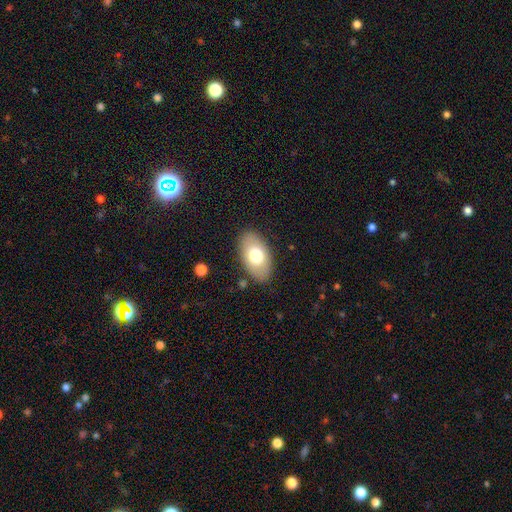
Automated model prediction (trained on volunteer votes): The model was most divided on "smooth or featured": smooth: 71%, featured or disk: 23%, star or artifact: 6%. More confident: how rounded — in between (94%); merging — none (85%).